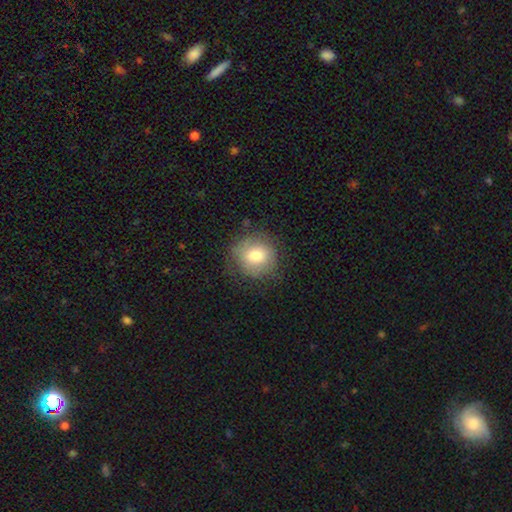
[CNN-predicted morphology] smooth 73%, featured or disk 18%, star or artifact 9%. Down the decision tree: how rounded — round (87%); merging — none (72%).